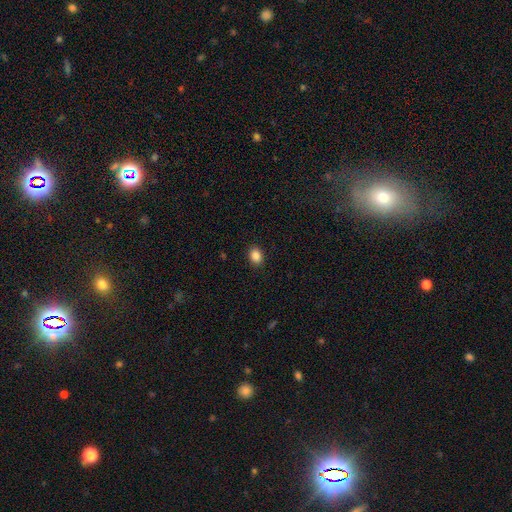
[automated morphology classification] A smooth galaxy with no disk features (87%) that is in between round and cigar-shaped (62%).

Vote fractions:
- Smooth or featured? smooth: 87% / star or artifact: 9% / featured or disk: 3%
- How rounded? in between: 62% / round: 37% / cigar-shaped: 1%
- Merging? none: 90% / minor disturbance: 7% / major disturbance: 2% / merger: 1%